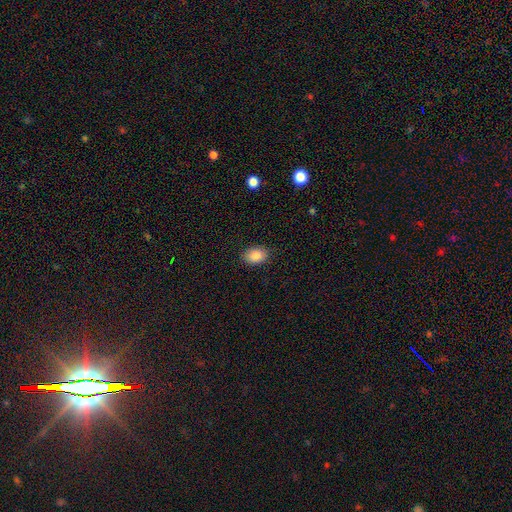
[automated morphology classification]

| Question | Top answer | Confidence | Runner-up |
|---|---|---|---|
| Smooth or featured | smooth | 87% | star or artifact (8%) |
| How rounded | in between | 77% | round (22%) |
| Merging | none | 86% | minor disturbance (11%) |